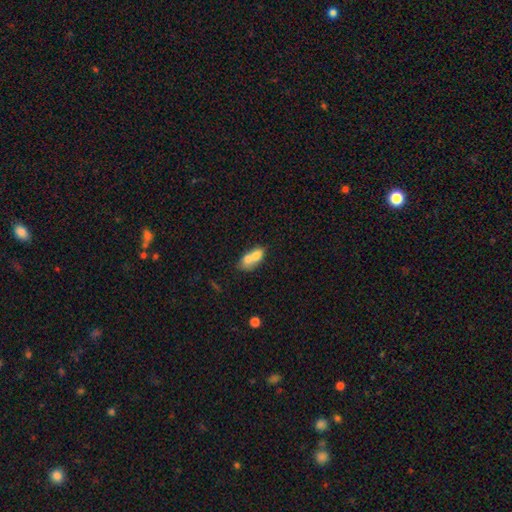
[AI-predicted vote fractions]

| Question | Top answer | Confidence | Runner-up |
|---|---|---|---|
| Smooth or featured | smooth | 68% | featured or disk (24%) |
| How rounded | in between | 74% | round (22%) |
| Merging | merger | 70% | none (18%) |